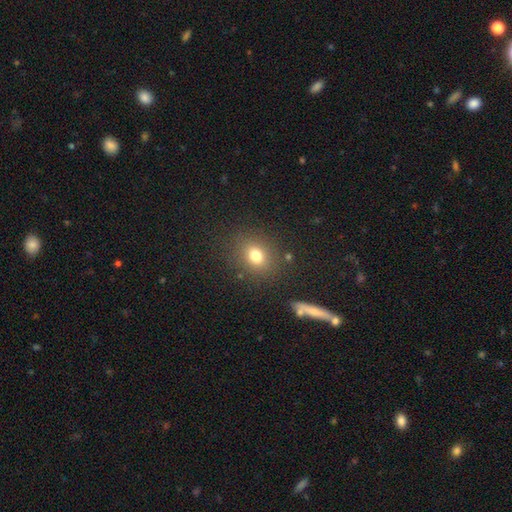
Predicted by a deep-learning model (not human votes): smooth 76%, star or artifact 15%, featured or disk 9%. Down the decision tree: how rounded — round (61%); merging — none (83%).